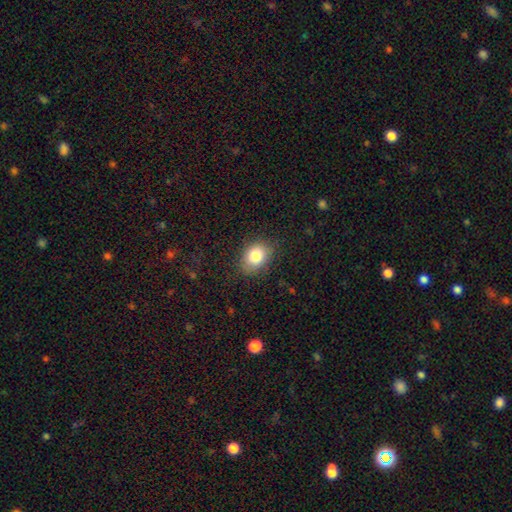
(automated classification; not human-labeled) smooth 82%, star or artifact 10%, featured or disk 9%. Down the decision tree: how rounded — in between (65%); merging — none (81%).